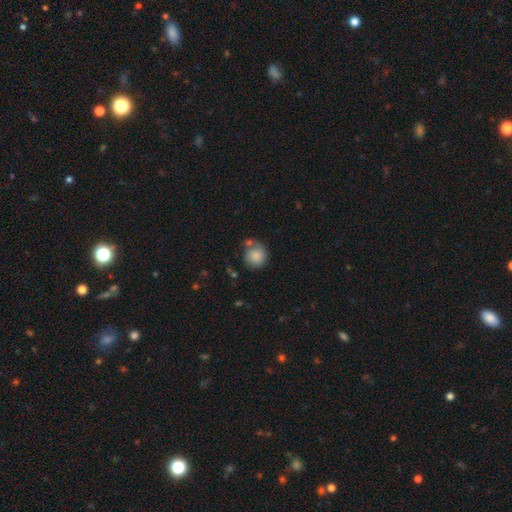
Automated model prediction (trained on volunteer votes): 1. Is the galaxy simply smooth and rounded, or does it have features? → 83% smooth, 10% featured or disk, 7% star or artifact.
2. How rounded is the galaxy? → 90% round, 9% in between, 1% cigar-shaped.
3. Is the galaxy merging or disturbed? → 57% none, 19% minor disturbance, 16% merger, 7% major disturbance.